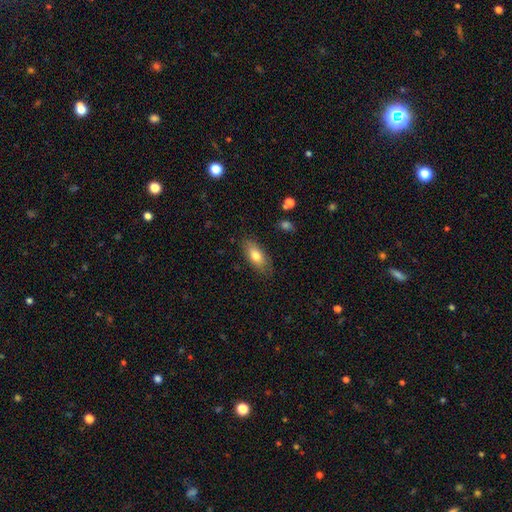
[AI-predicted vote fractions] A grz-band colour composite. It shows a smooth galaxy with no disk features (76%) that is in between round and cigar-shaped (83%). Merging: none (80%).